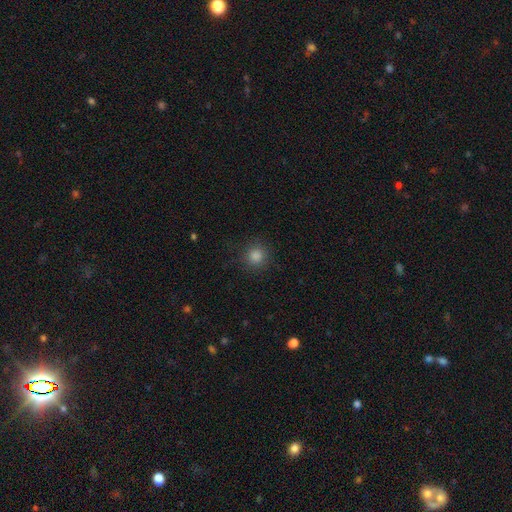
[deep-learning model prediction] smooth-or-featured: smooth: 82% | star or artifact: 14% | featured or disk: 4%
  how-rounded: round: 94% | in between: 5% | cigar-shaped: 1%
  merging: none: 89% | minor disturbance: 7% | major disturbance: 3% | merger: 1%